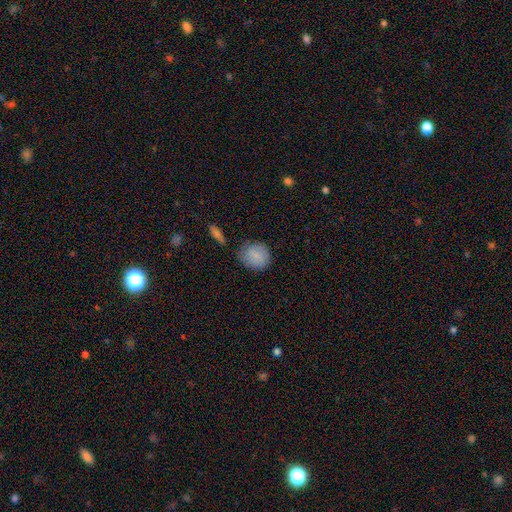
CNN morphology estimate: Smooth or featured? Predicted: smooth (p=0.85). How rounded? Predicted: round (p=0.76). Merging? Predicted: none (p=0.72).